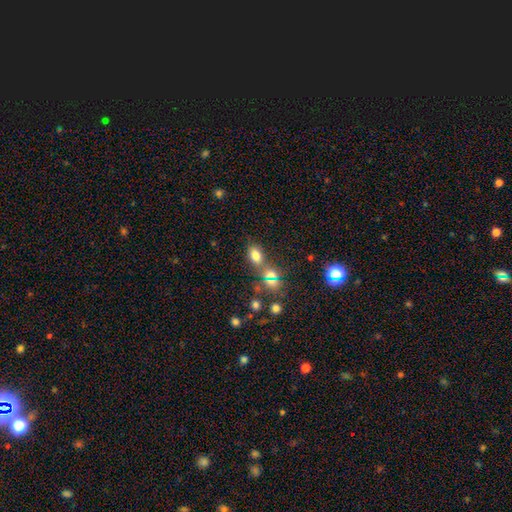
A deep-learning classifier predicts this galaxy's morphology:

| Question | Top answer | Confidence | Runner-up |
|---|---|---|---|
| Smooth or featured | smooth | 74% | star or artifact (17%) |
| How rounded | in between | 78% | round (20%) |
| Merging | none | 60% | merger (22%) |